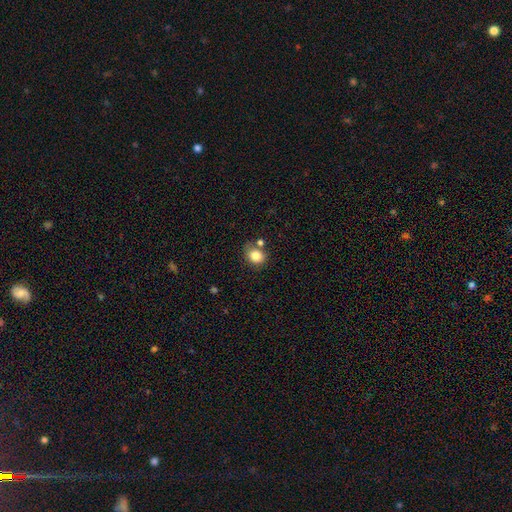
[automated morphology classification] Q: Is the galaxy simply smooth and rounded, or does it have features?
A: smooth — 82%.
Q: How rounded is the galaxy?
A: round — 57%.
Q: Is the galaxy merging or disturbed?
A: none — 59%.